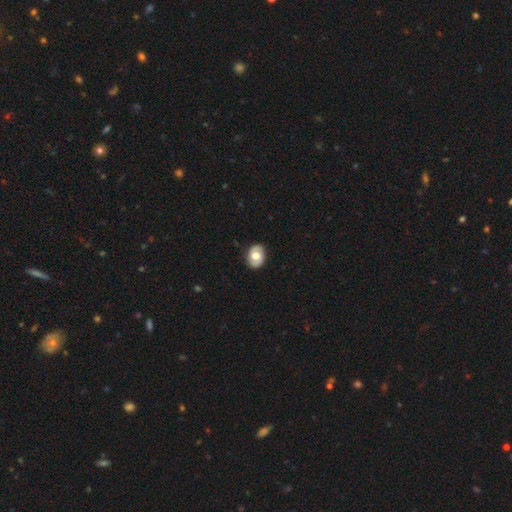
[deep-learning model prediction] This appears to be a smooth galaxy with no disk features (54%) that is in between round and cigar-shaped (67%). Merging: none (86%).